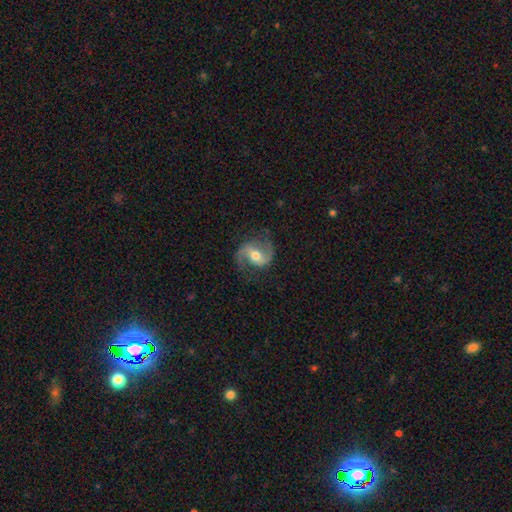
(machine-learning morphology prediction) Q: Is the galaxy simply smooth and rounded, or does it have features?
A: featured or disk — 86%.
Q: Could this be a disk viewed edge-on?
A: no — 97%.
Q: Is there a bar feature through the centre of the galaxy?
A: weak — 44%.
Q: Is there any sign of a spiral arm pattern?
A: yes — 96%.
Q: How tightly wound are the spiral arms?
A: medium — 45%.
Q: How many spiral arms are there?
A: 2 — 92%.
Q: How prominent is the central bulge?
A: moderate — 71%.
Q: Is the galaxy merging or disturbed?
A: none — 77%.